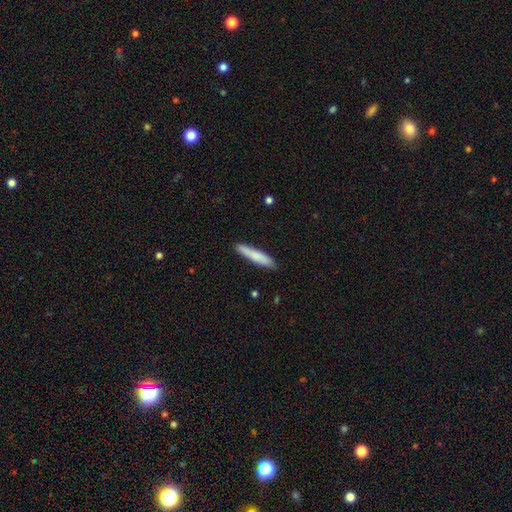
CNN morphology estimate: This is clearly a smooth galaxy (80%). How rounded: clearly cigar-shaped (90%). Merging: clearly none (88%).